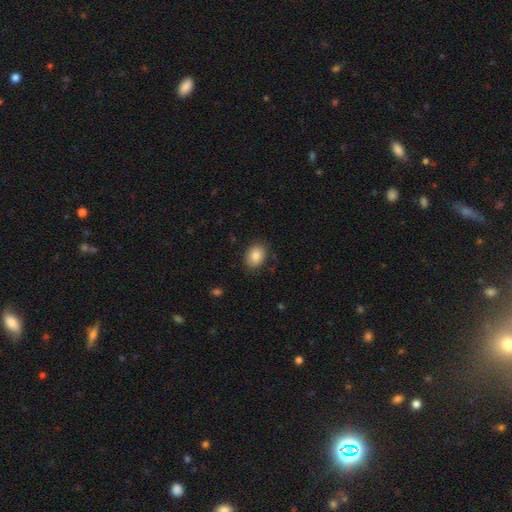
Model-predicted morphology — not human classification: smooth_or_featured: smooth (p=0.84) [alt: star or artifact p=0.08]
how_rounded: in between (p=0.61) [alt: round p=0.38]
merging: none (p=0.86) [alt: minor disturbance p=0.11]